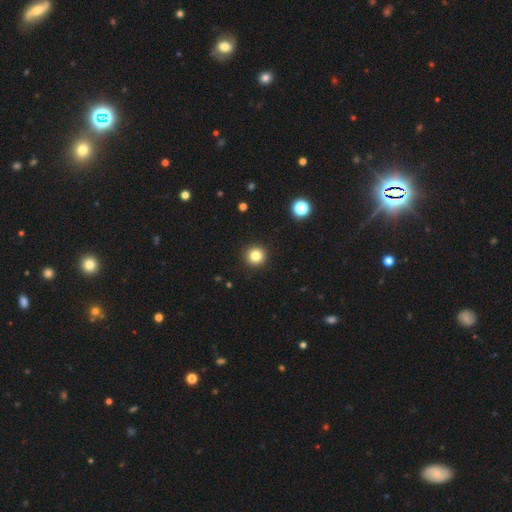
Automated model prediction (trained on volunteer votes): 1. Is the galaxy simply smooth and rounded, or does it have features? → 82% smooth, 12% star or artifact, 6% featured or disk.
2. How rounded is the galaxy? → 95% round, 4% in between, 1% cigar-shaped.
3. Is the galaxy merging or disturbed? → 93% none, 4% minor disturbance, 2% major disturbance, 1% merger.